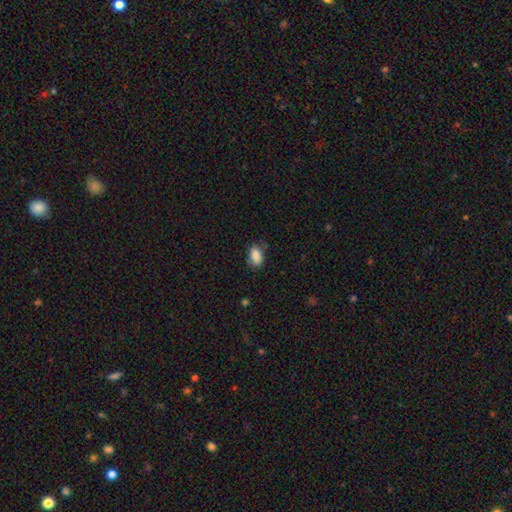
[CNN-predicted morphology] Smooth or featured? Predicted: smooth (p=0.88). How rounded? Predicted: in between (p=0.89). Merging? Predicted: none (p=0.73).